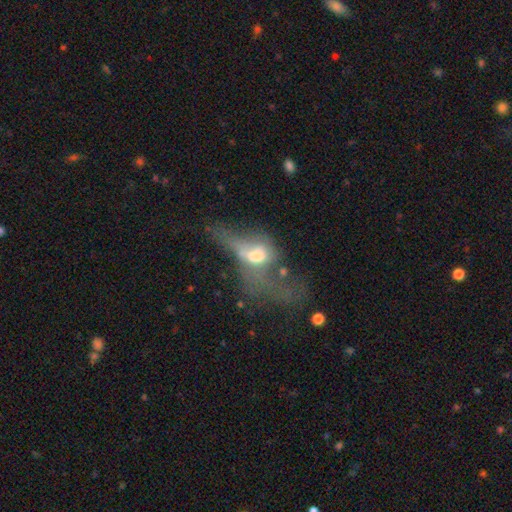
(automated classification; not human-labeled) Q: Smooth or featured?
A: featured or disk (51%); runner-up: smooth (38%)
Q: Edge-on disk?
A: no (72%); runner-up: yes (28%)
Q: Merging?
A: major disturbance (55%); runner-up: merger (18%)